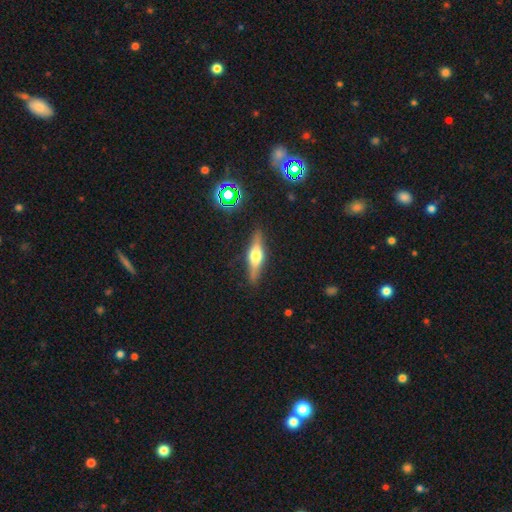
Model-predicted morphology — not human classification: This appears to be a featured or disk galaxy (61%) viewed edge-on (94%) with a rounded central bulge (91%). Merging: none (87%).